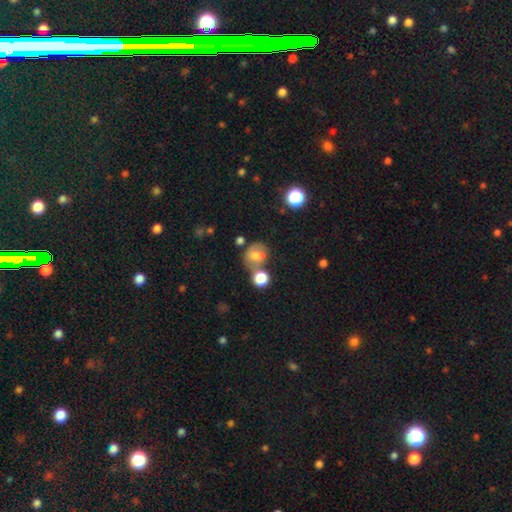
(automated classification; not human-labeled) This appears to be a smooth galaxy with no disk features (63%) that is round (69%). Merging: none (48%).